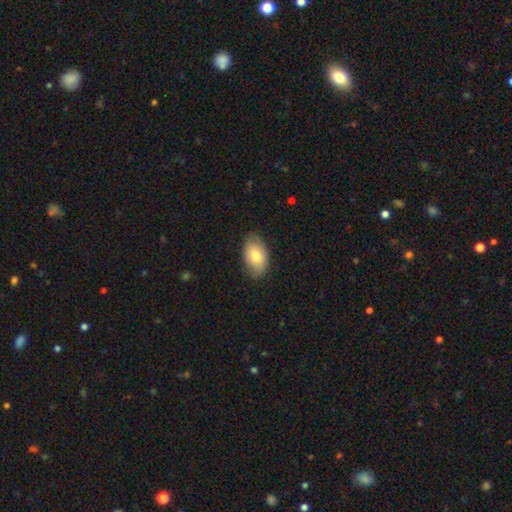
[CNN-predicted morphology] Q: Smooth or featured?
A: smooth (76%); runner-up: featured or disk (18%)
Q: How rounded?
A: in between (92%); runner-up: round (7%)
Q: Merging?
A: none (79%); runner-up: minor disturbance (17%)